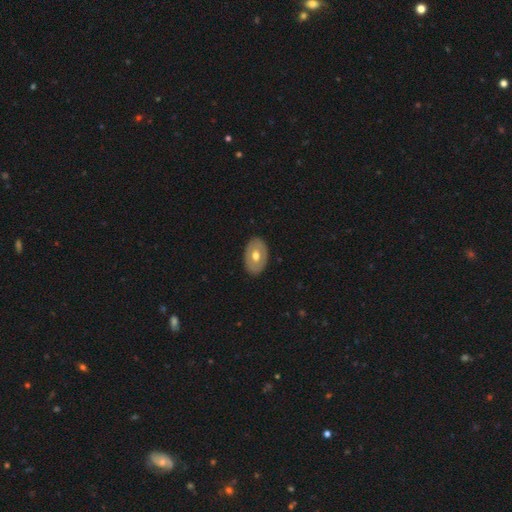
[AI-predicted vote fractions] Smooth or featured? smooth (51%)
How rounded? in between (84%)
Merging? none (86%)